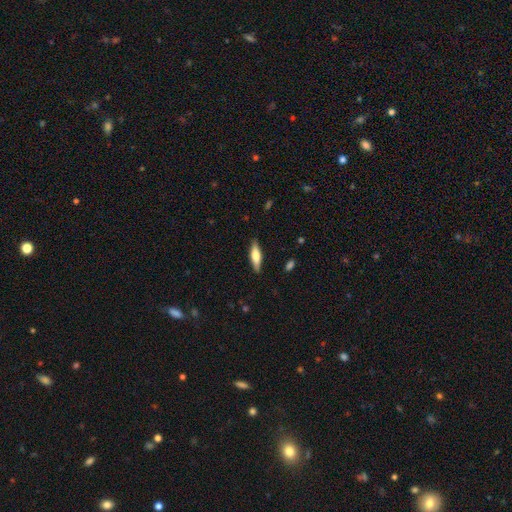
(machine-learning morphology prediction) Smooth or featured? Predicted: smooth (p=0.56). How rounded? Predicted: cigar-shaped (p=0.60). Merging? Predicted: none (p=0.87).